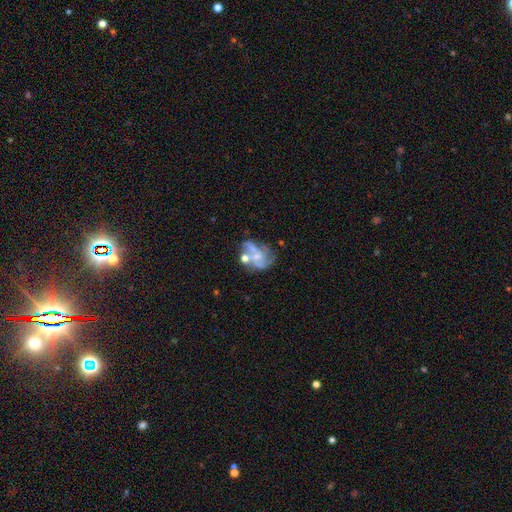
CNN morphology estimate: smooth-or-featured: featured or disk: 73% | smooth: 17% | star or artifact: 10%
  disk-edge-on: no: 98% | yes: 2%
    bar: no: 72% | weak: 23% | strong: 5%
    has-spiral-arms: yes: 78% | no: 22%
      spiral-winding: medium: 45% | loose: 29% | tight: 26%
      spiral-arm-count: 3: 34% | can't tell: 26% | 2: 17% | 4: 13% | 1: 5% | more than 4: 5%
    bulge-size: small: 60% | moderate: 24% | none: 13% | large: 2% | dominant: 1%
  merging: none: 41% | major disturbance: 23% | minor disturbance: 19% | merger: 18%